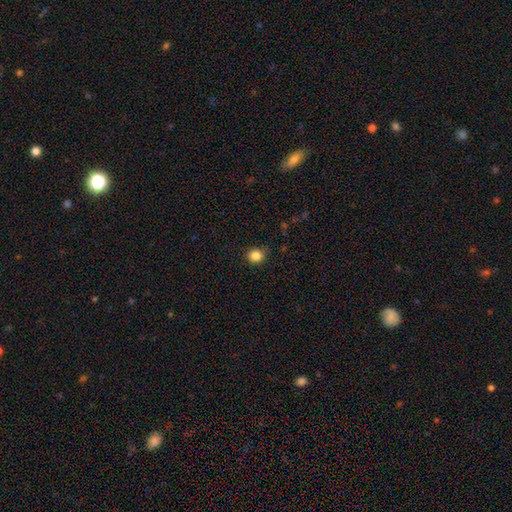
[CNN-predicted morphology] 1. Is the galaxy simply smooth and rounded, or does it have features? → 85% smooth, 11% star or artifact, 4% featured or disk.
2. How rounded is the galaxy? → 85% round, 14% in between, 1% cigar-shaped.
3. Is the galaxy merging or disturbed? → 86% none, 10% minor disturbance, 3% major disturbance, 1% merger.